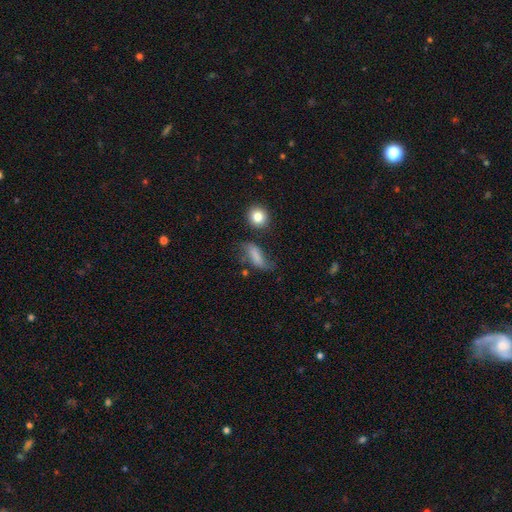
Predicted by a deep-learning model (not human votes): Morphology: type=smooth (67%); roundness=in between (65%); merging=none (46%).